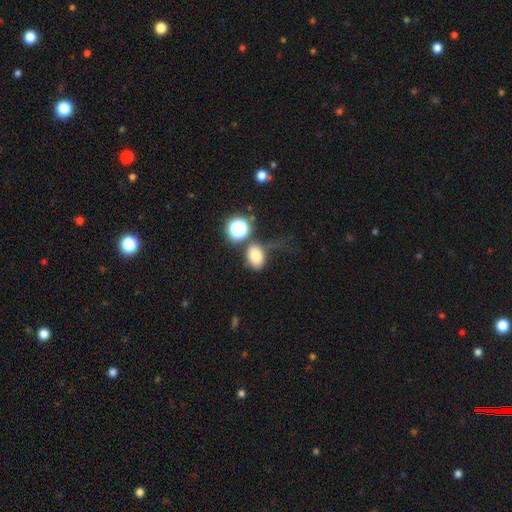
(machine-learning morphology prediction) Smooth or featured: smooth — 76% (star or artifact — 14%)
How rounded: in between — 69% (round — 30%)
Merging: none — 46% (minor disturbance — 20%)